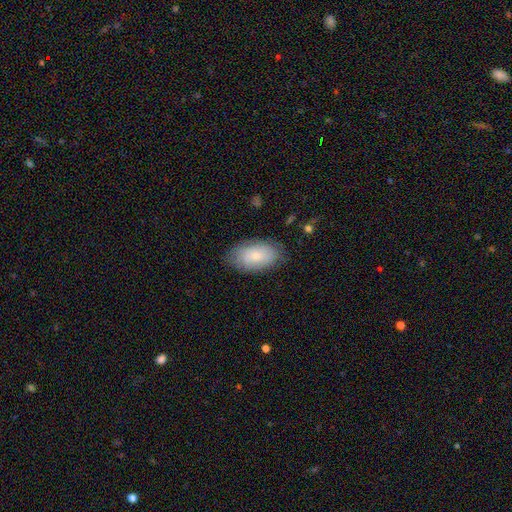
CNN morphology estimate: This is likely a smooth galaxy (73%). How rounded: clearly in between (94%). Merging: likely none (78%).